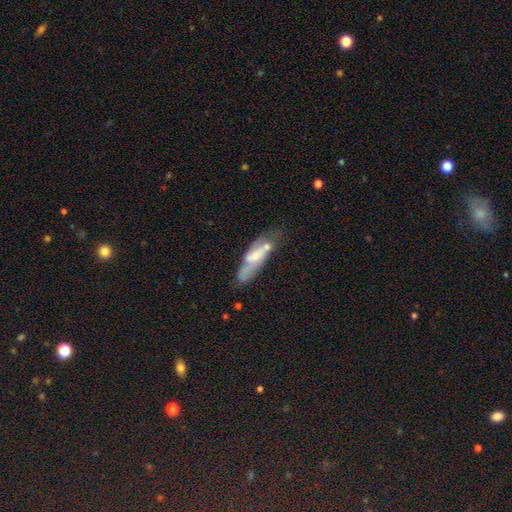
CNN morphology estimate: smooth_or_featured: featured or disk (p=0.52) [alt: smooth p=0.40]
disk_edge_on: no (p=0.68) [alt: yes p=0.32]
merging: none (p=0.48) [alt: minor disturbance p=0.26]